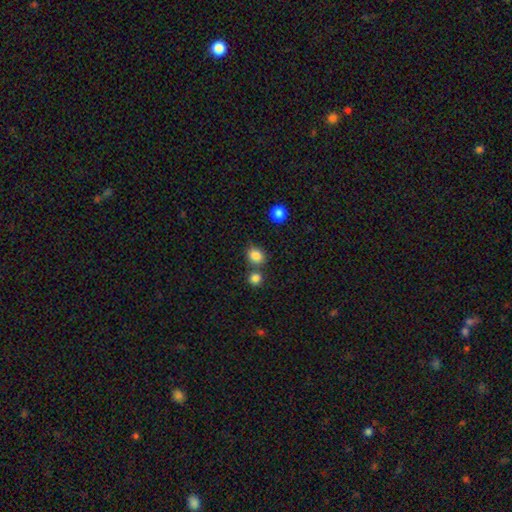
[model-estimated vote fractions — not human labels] The model was most divided on "how rounded": round: 64%, in between: 35%, cigar-shaped: 1%. More confident: smooth or featured — smooth (84%); merging — none (66%).